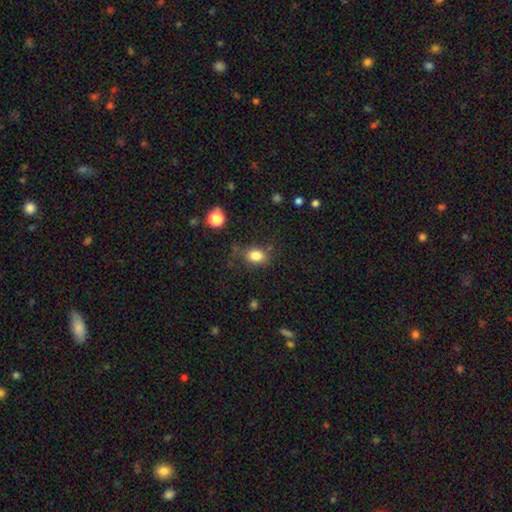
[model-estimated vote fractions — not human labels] smooth_or_featured: smooth (p=0.83) [alt: star or artifact p=0.11]
how_rounded: in between (p=0.68) [alt: round p=0.30]
merging: none (p=0.75) [alt: minor disturbance p=0.16]